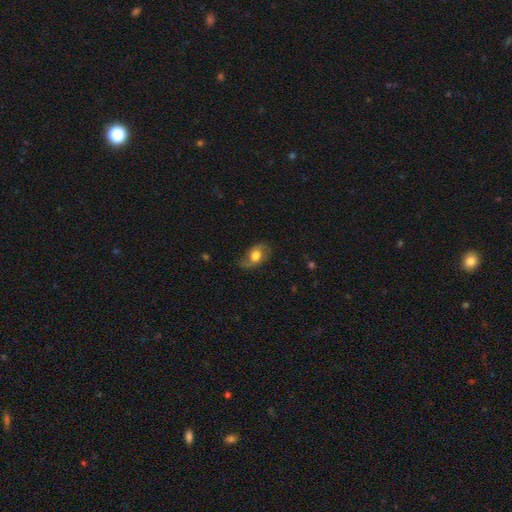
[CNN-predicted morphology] Smooth or featured? Predicted: smooth (p=0.49). Merging? Predicted: none (p=0.69).